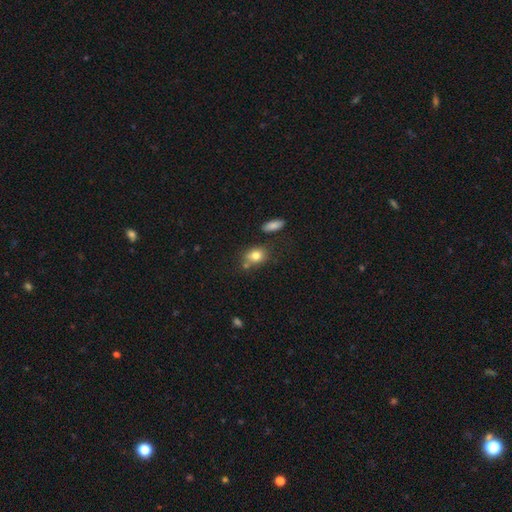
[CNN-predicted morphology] smooth-or-featured: smooth: 78% | featured or disk: 12% | star or artifact: 10%
  how-rounded: in between: 58% | round: 40% | cigar-shaped: 2%
  merging: none: 57% | merger: 20% | minor disturbance: 18% | major disturbance: 5%